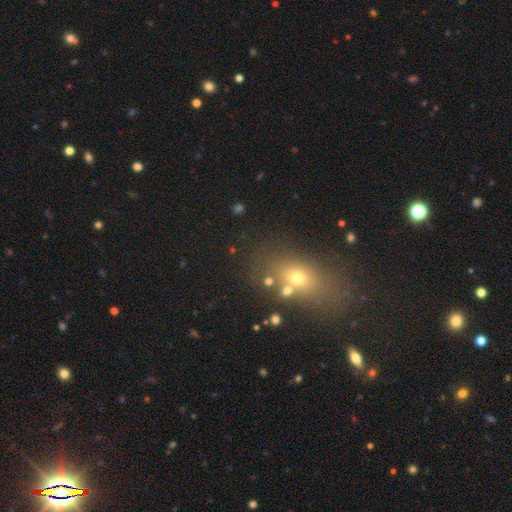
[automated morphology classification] A smooth galaxy with no disk features (49%). Merging: none (69%).